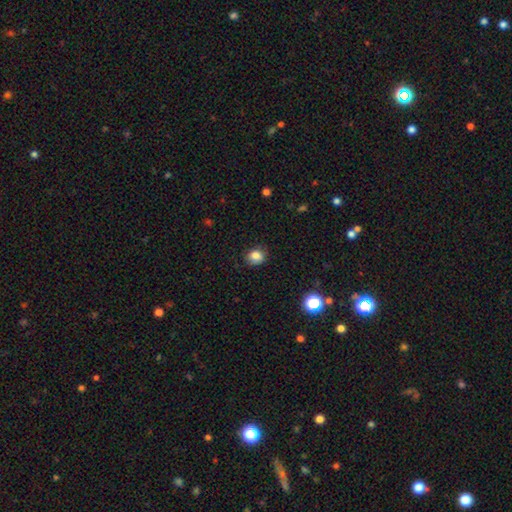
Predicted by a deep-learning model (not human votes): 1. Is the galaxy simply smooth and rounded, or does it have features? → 81% smooth, 11% star or artifact, 8% featured or disk.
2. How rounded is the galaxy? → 62% round, 37% in between, 1% cigar-shaped.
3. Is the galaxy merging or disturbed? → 79% none, 17% minor disturbance, 3% major disturbance, 1% merger.